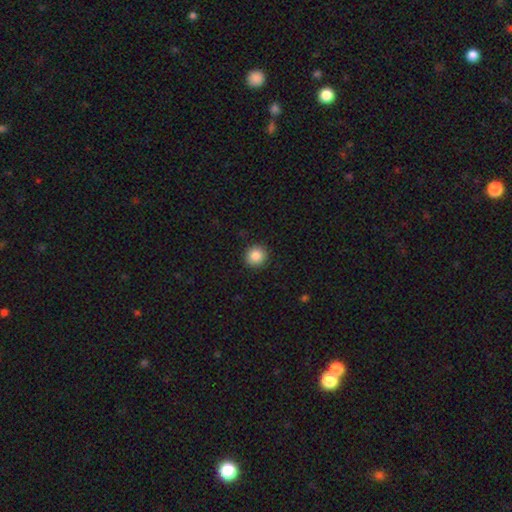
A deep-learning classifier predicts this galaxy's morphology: This appears to be a smooth galaxy with no disk features (87%) that is round (92%). Merging: none (92%).